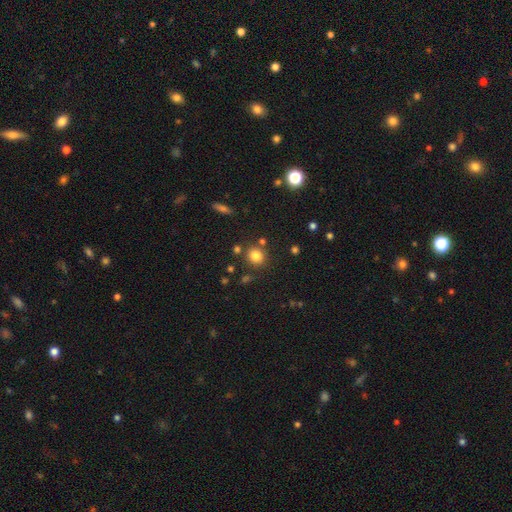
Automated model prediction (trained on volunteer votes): Smooth or featured? smooth (81%)
How rounded? round (79%)
Merging? none (80%)